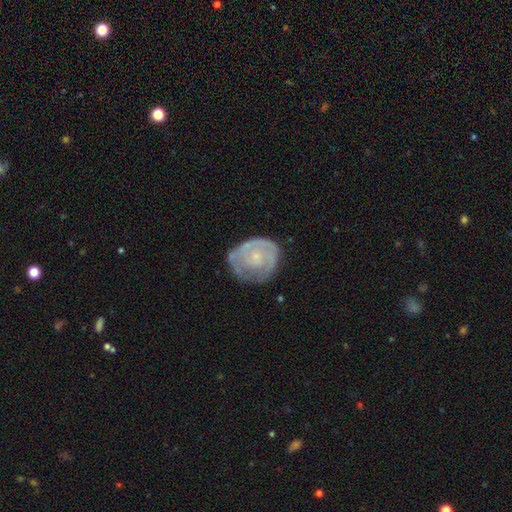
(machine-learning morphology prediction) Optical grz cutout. It shows a featured or disk galaxy (58%) with no bar (84%), spiral arms (59%) and a small central bulge (69%). Merging: none (59%).